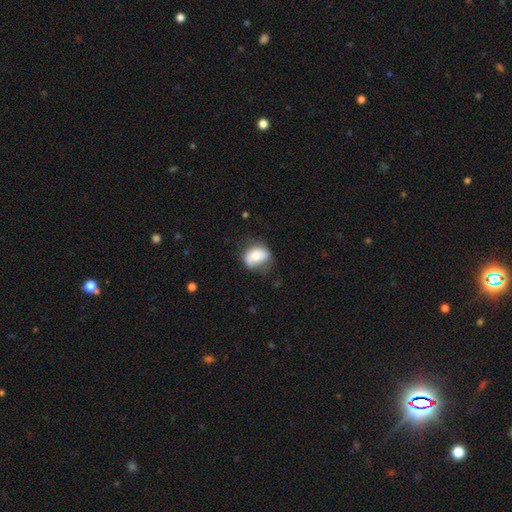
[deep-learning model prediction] This is likely a smooth galaxy (60%). How rounded: possibly in between (57%). Merging: possibly none (60%).